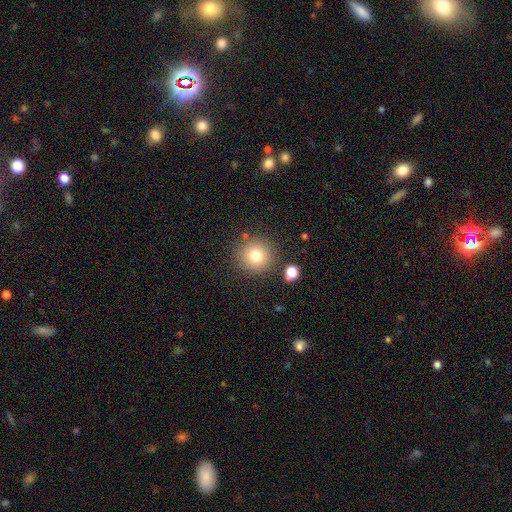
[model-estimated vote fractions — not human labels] Overall: smooth (78%). How rounded: round (94%). Merging: none (84%).